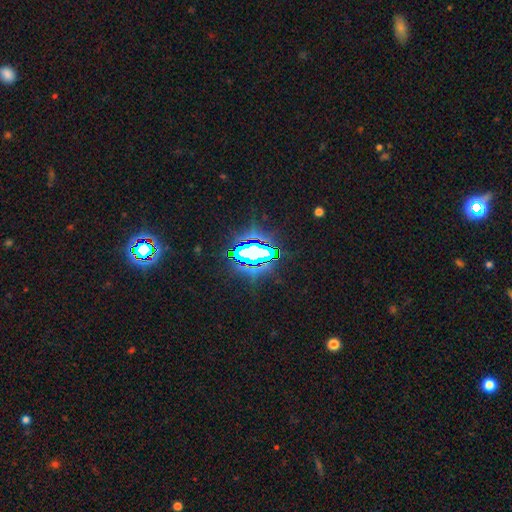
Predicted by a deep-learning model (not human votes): The model was most divided on "smooth or featured": star or artifact: 74%, smooth: 14%, featured or disk: 12%.